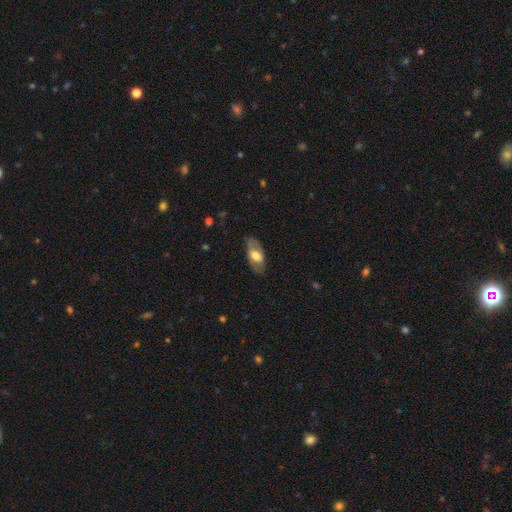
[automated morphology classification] The model was most divided on "smooth or featured": smooth: 52%, featured or disk: 41%, star or artifact: 6%. More confident: how rounded — in between (89%); merging — none (76%).